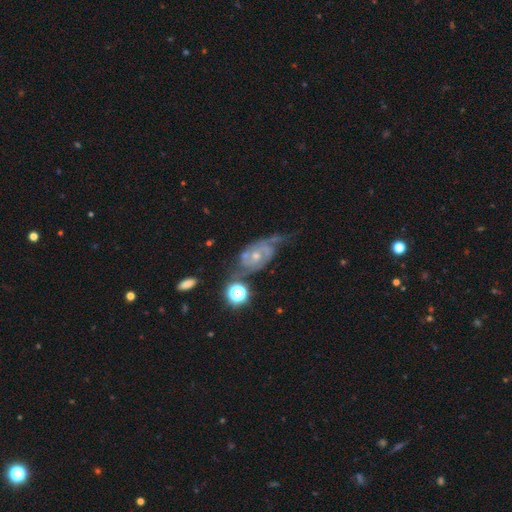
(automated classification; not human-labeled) Smooth or featured: featured or disk — 79% (smooth — 11%)
Edge-on disk: no — 95% (yes — 5%)
Bar: no — 71% (weak — 24%)
Spiral arms: yes — 90% (no — 10%)
Spiral winding: tight — 44% (medium — 39%)
Spiral arm count: 2 — 60% (can't tell — 22%)
Bulge size: small — 52% (moderate — 43%)
Merging: none — 42% (minor disturbance — 27%)